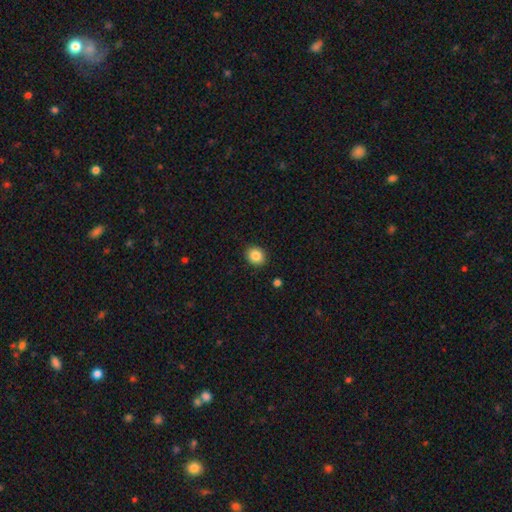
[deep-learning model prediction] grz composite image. It shows a smooth galaxy with no disk features (85%) that is round (64%). Merging: none (90%).